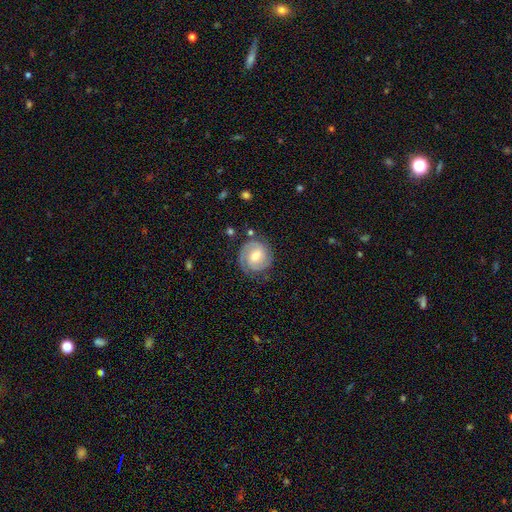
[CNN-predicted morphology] This appears to be a featured or disk galaxy (80%) with a weak bar (46%), 2 (76%) tight (66%) spiral arms (96%) and a moderate central bulge (64%). Merging: none (80%).